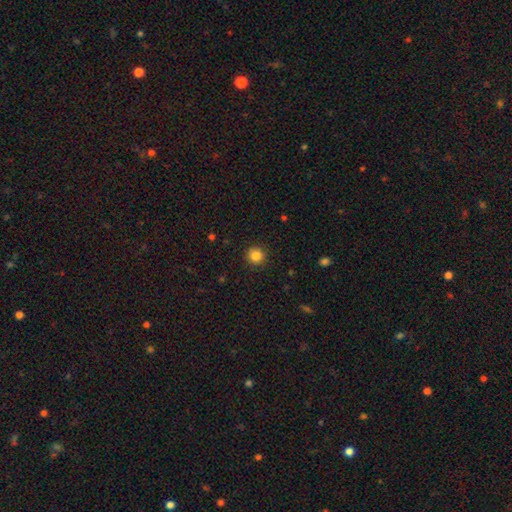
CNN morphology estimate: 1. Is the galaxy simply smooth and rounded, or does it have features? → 84% smooth, 11% star or artifact, 4% featured or disk.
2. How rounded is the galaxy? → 95% round, 4% in between, 1% cigar-shaped.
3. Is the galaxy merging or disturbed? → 92% none, 5% minor disturbance, 2% major disturbance, 1% merger.